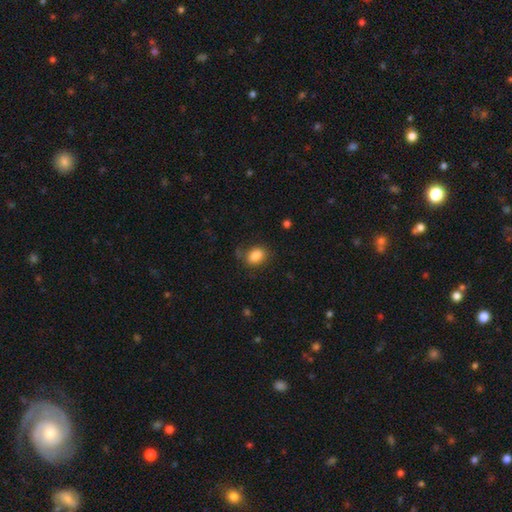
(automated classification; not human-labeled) Q: Smooth or featured?
A: smooth (84%); runner-up: star or artifact (9%)
Q: How rounded?
A: in between (71%); runner-up: round (28%)
Q: Merging?
A: none (71%); runner-up: minor disturbance (19%)